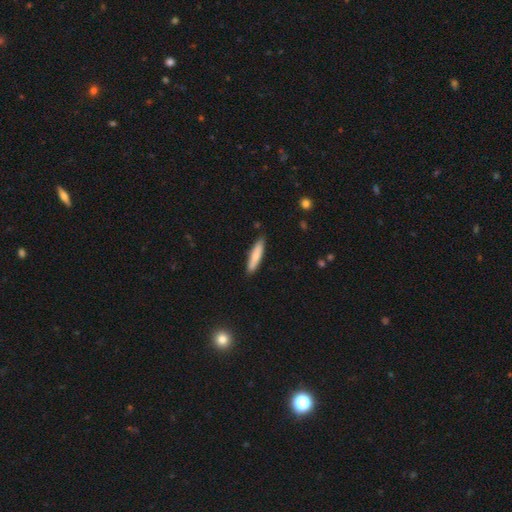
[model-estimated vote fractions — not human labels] A smooth galaxy with no disk features (79%) that is cigar-shaped (84%).

Vote fractions:
- Smooth or featured? smooth: 79% / featured or disk: 15% / star or artifact: 6%
- How rounded? cigar-shaped: 84% / in between: 15% / round: 1%
- Merging? none: 86% / minor disturbance: 11% / major disturbance: 2% / merger: 1%